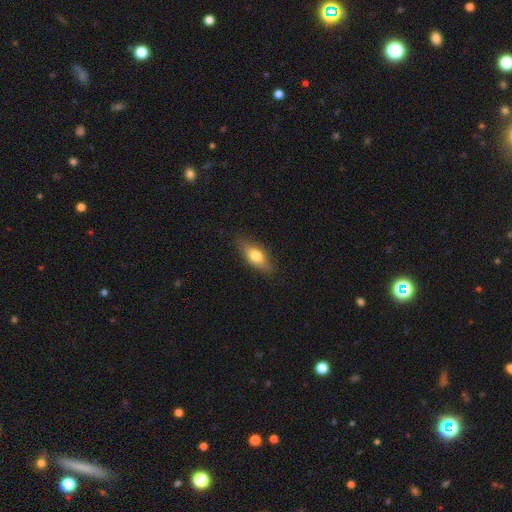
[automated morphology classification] A smooth galaxy with no disk features (71%) that is in between round and cigar-shaped (76%). Merging: none (80%).